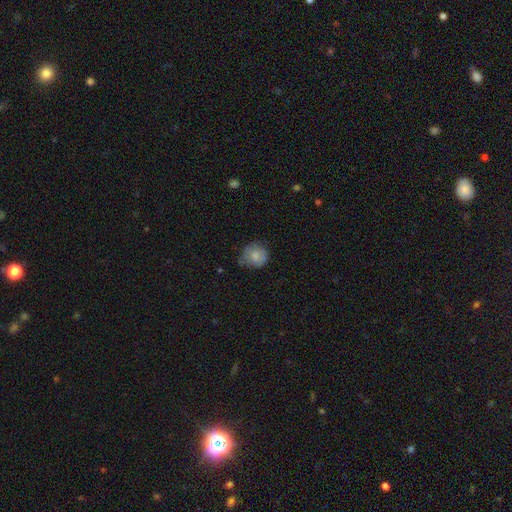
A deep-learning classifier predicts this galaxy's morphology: This appears to be a smooth galaxy with no disk features (76%) that is round (85%). Merging: none (62%).